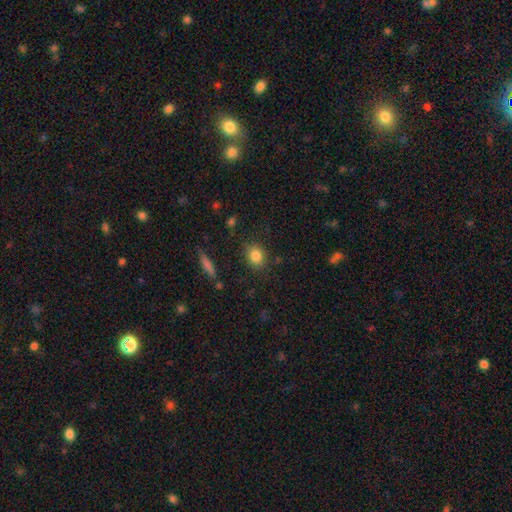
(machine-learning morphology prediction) Q: Smooth or featured?
A: smooth (83%); runner-up: star or artifact (10%)
Q: How rounded?
A: round (61%); runner-up: in between (37%)
Q: Merging?
A: none (80%); runner-up: minor disturbance (13%)